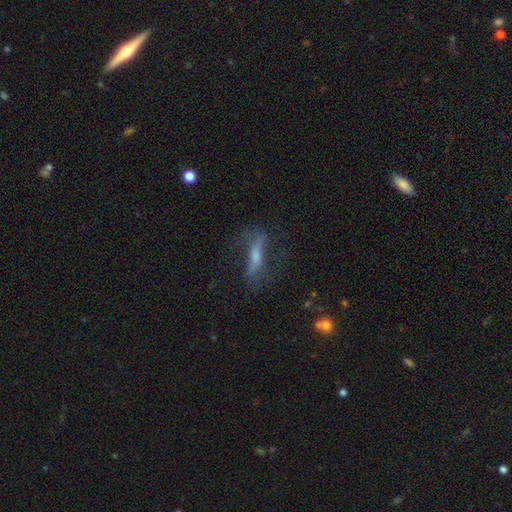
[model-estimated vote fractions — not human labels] Smooth or featured? Predicted: featured or disk (p=0.59). Edge-on disk? Predicted: yes (p=0.61). Merging? Predicted: none (p=0.67).